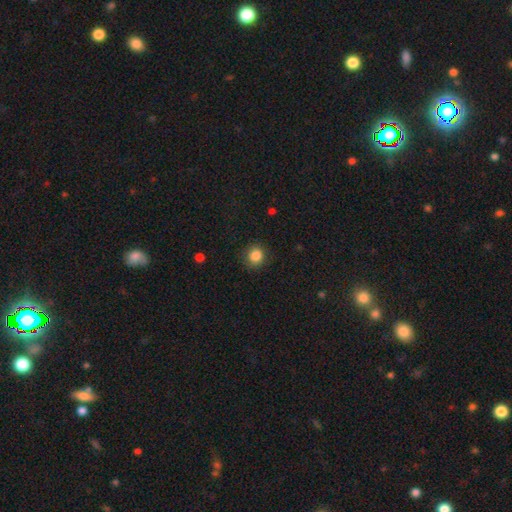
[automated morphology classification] type=smooth (85%); roundness=round (88%); merging=none (87%).